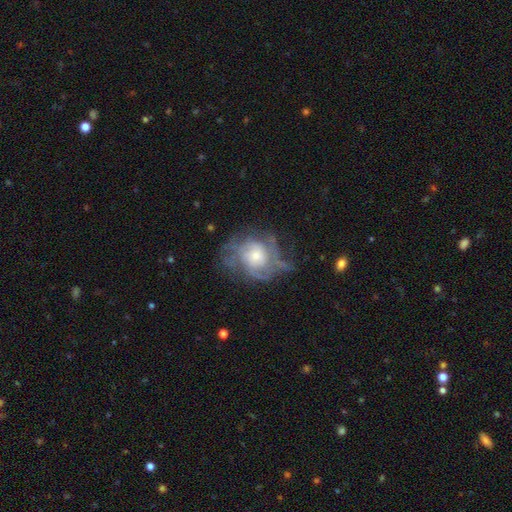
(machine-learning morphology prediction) smooth_or_featured: featured or disk (p=0.76) [alt: smooth p=0.16]
disk_edge_on: no (p=0.97) [alt: yes p=0.03]
bar: no (p=0.78) [alt: weak p=0.19]
has_spiral_arms: yes (p=0.81) [alt: no p=0.19]
spiral_winding: tight (p=0.46) [alt: medium p=0.37]
spiral_arm_count: can't tell (p=0.47) [alt: 3 p=0.15]
bulge_size: small (p=0.44) [tied with: moderate p=0.44]
merging: none (p=0.54) [alt: major disturbance p=0.22]